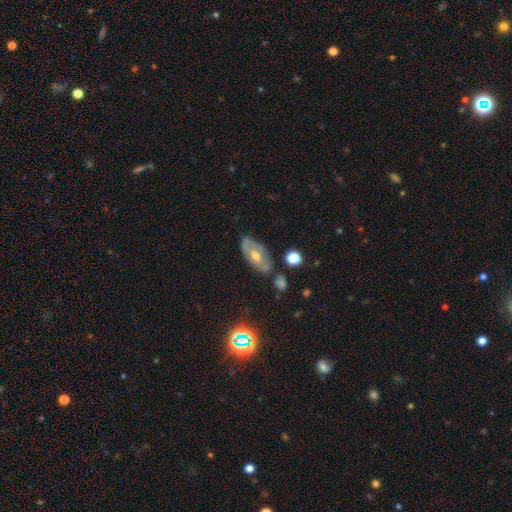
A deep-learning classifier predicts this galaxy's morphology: This appears to be a featured or disk galaxy (62%) with no bar (62%), no spiral arms (53%) and a moderate central bulge (69%). Merging: none (71%).